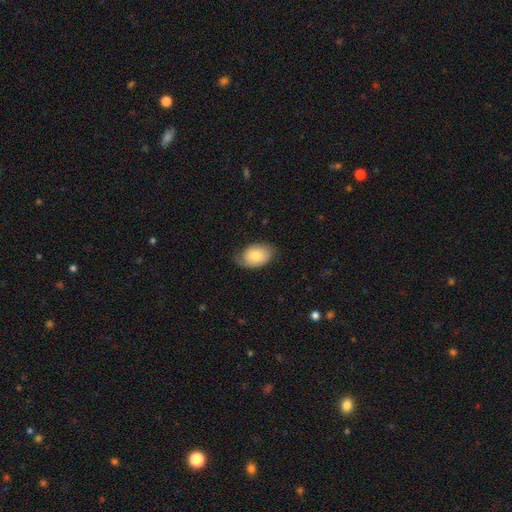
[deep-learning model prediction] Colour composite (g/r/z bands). It shows a smooth galaxy with no disk features (69%) that is in between round and cigar-shaped (85%). Merging: none (66%).